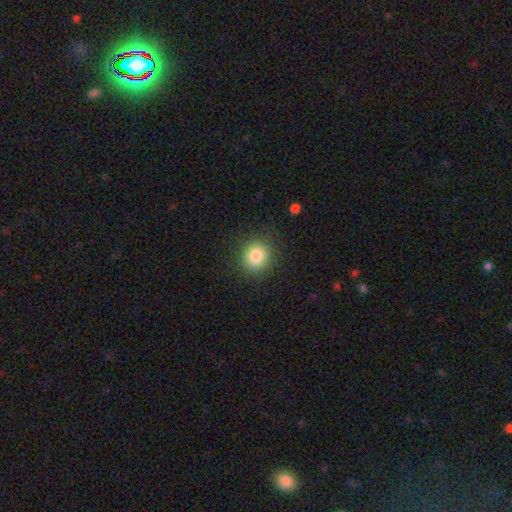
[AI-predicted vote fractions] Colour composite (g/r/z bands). It shows a smooth galaxy with no disk features (84%) that is round (85%). Merging: none (89%).